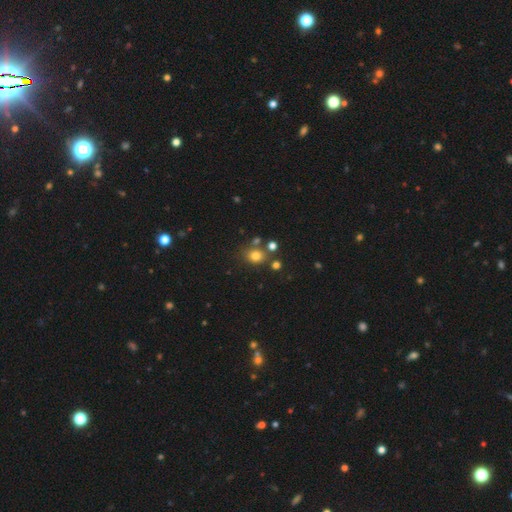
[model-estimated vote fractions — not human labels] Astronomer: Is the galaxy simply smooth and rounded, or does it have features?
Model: smooth — 77%.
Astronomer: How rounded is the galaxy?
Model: round — 72%.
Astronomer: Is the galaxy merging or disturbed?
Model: none — 70%.